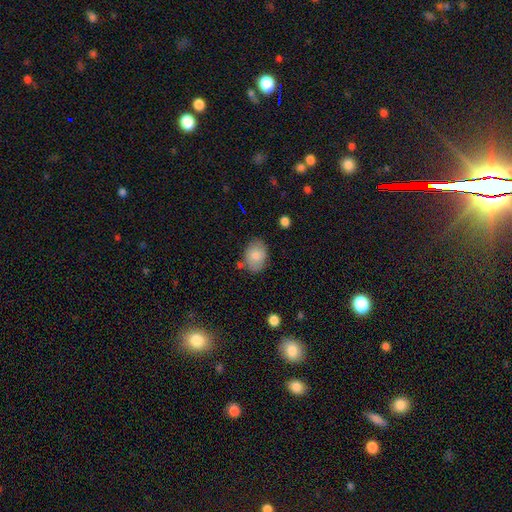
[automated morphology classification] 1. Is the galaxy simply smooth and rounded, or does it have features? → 80% smooth, 13% featured or disk, 7% star or artifact.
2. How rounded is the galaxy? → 75% in between, 24% round, 1% cigar-shaped.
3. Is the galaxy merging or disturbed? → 74% none, 18% minor disturbance, 4% merger, 4% major disturbance.